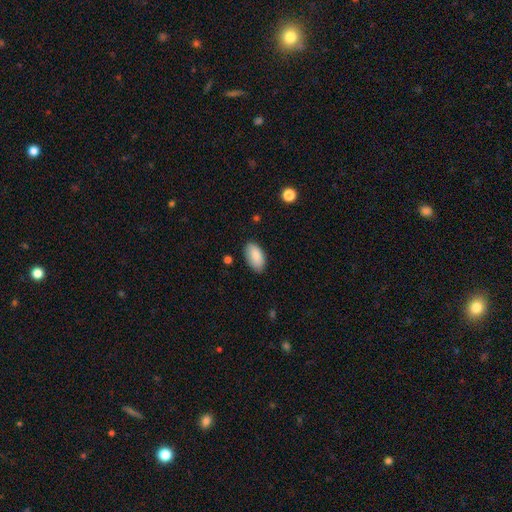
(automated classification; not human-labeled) smooth_or_featured: smooth (p=0.85) [alt: featured or disk p=0.08]
how_rounded: in between (p=0.95) [alt: round p=0.03]
merging: none (p=0.81) [alt: minor disturbance p=0.15]